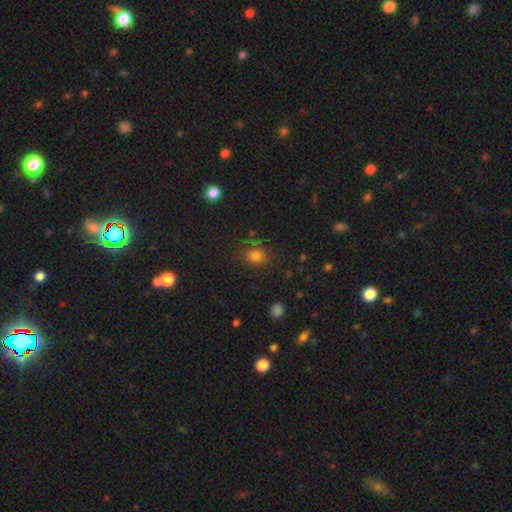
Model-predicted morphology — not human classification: smooth-or-featured: smooth: 76% | star or artifact: 18% | featured or disk: 6%
  how-rounded: round: 63% | in between: 36% | cigar-shaped: 1%
  merging: none: 76% | minor disturbance: 15% | major disturbance: 5% | merger: 3%